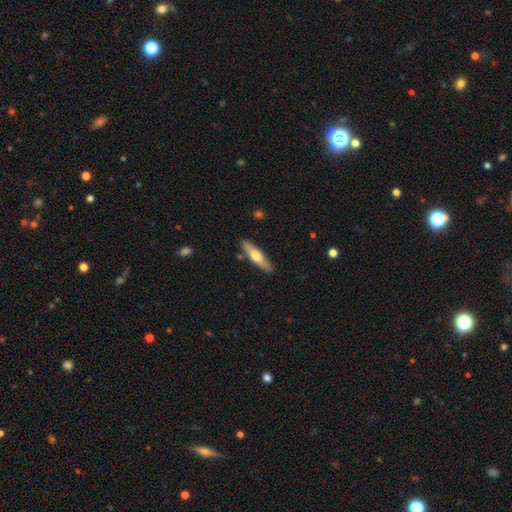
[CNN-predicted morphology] Smooth or featured? Predicted: smooth (p=0.52). How rounded? Predicted: cigar-shaped (p=0.74). Merging? Predicted: none (p=0.86).